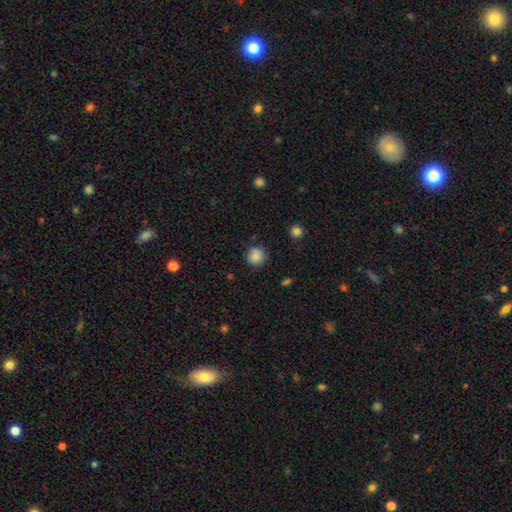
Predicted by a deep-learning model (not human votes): A smooth galaxy with no disk features (86%) that is round (92%).

Vote fractions:
- Smooth or featured? smooth: 86% / star or artifact: 10% / featured or disk: 4%
- How rounded? round: 92% / in between: 7% / cigar-shaped: 1%
- Merging? none: 84% / minor disturbance: 11% / major disturbance: 3% / merger: 2%